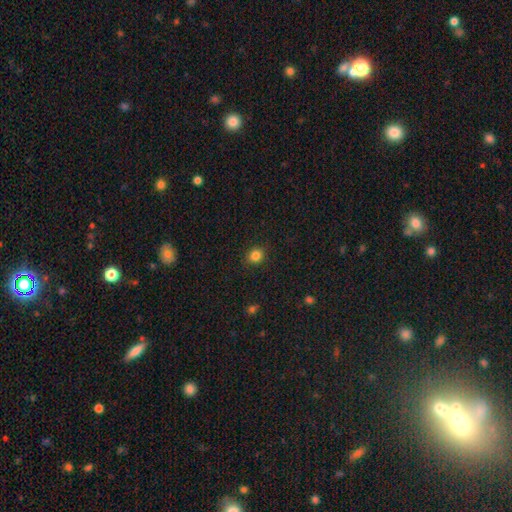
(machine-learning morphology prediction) Smooth or featured? Predicted: smooth (p=0.84). How rounded? Predicted: round (p=0.72). Merging? Predicted: none (p=0.89).